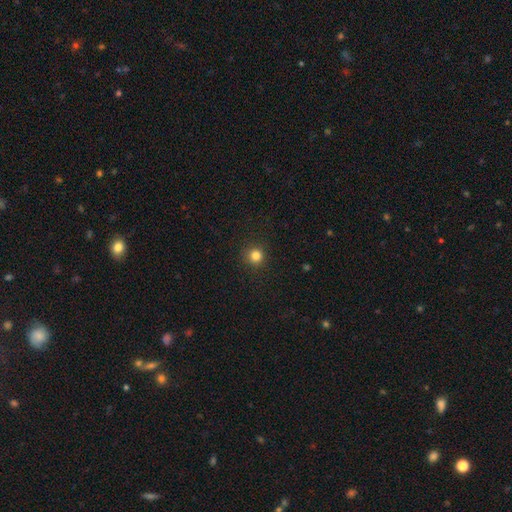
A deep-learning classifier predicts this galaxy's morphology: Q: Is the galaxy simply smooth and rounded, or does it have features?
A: smooth — 82%.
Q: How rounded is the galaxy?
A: round — 95%.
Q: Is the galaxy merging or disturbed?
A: none — 92%.